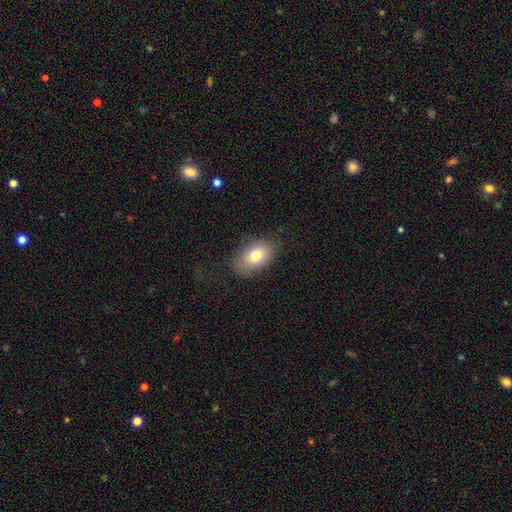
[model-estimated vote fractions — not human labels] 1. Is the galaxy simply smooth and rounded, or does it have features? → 77% smooth, 14% featured or disk, 9% star or artifact.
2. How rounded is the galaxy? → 87% in between, 12% round, 1% cigar-shaped.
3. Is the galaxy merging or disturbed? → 79% none, 15% minor disturbance, 5% major disturbance, 1% merger.